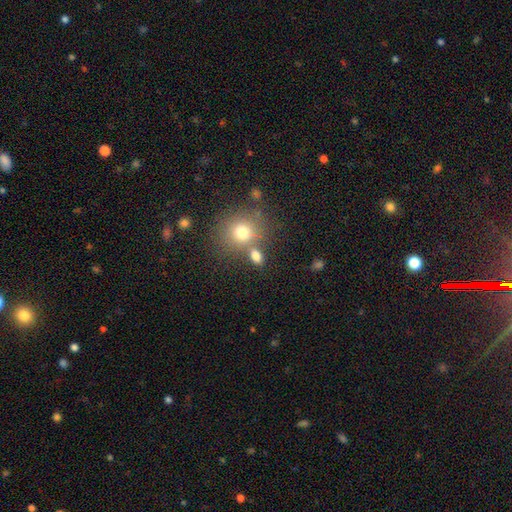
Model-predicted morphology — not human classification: This is likely a smooth galaxy (78%). How rounded: likely in between (64%). Merging: possibly none (59%).